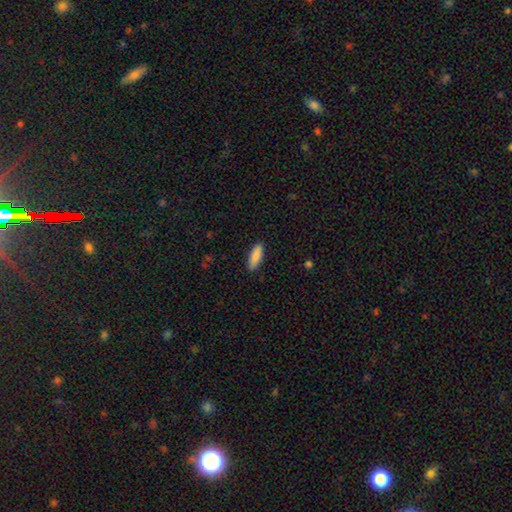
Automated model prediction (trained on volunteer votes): smooth-or-featured: smooth: 89% | star or artifact: 6% | featured or disk: 5%
  how-rounded: in between: 54% | cigar-shaped: 44% | round: 2%
  merging: none: 88% | minor disturbance: 9% | major disturbance: 2% | merger: 1%